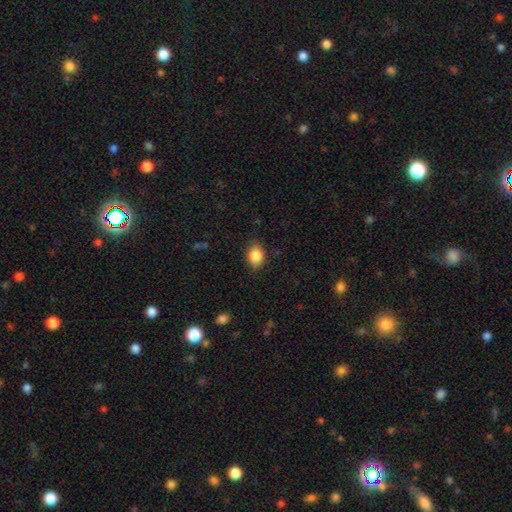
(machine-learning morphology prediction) Overall: smooth (87%). How rounded: in between (58%; round 41%). Merging: none (82%).